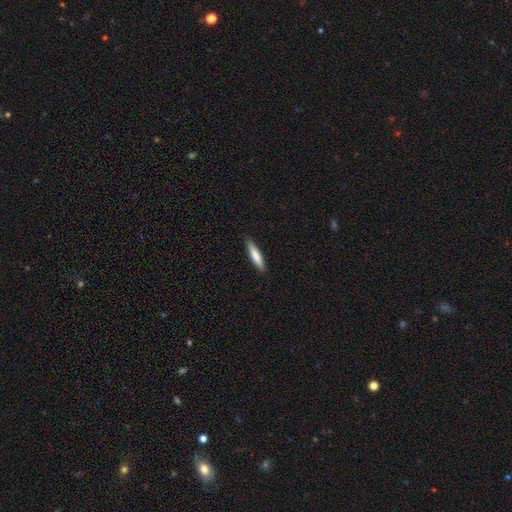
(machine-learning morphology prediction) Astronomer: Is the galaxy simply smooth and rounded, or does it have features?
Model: smooth — 77%.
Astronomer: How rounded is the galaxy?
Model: cigar-shaped — 86%.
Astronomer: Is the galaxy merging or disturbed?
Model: none — 88%.